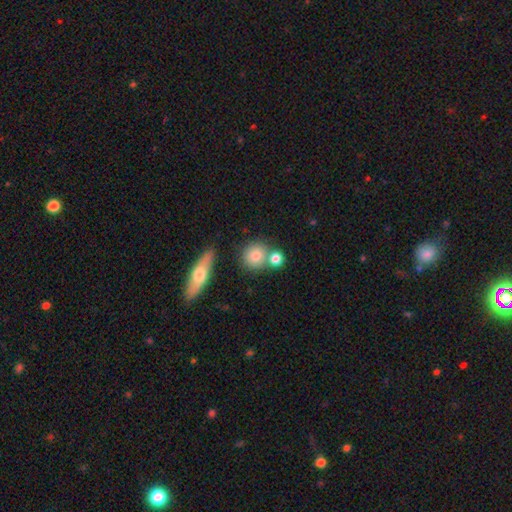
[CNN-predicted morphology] A smooth galaxy with no disk features (79%) that is round (84%).

Vote fractions:
- Smooth or featured? smooth: 79% / featured or disk: 11% / star or artifact: 9%
- How rounded? round: 84% / in between: 14% / cigar-shaped: 2%
- Merging? none: 63% / merger: 24% / minor disturbance: 10% / major disturbance: 3%